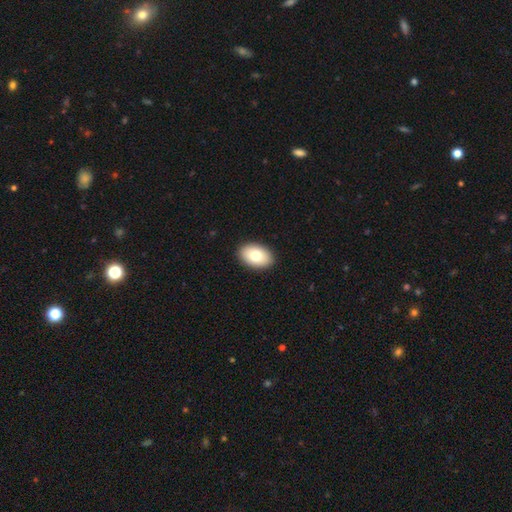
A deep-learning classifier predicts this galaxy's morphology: smooth_or_featured: smooth (p=0.78) [alt: featured or disk p=0.15]
how_rounded: in between (p=0.90) [alt: round p=0.09]
merging: none (p=0.91) [alt: minor disturbance p=0.07]